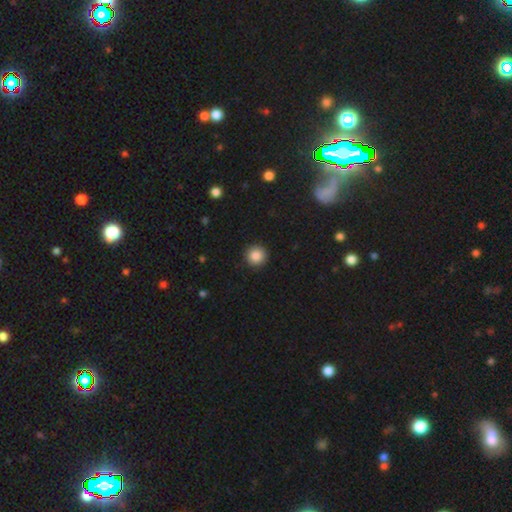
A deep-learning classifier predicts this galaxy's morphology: Q: Smooth or featured?
A: smooth (86%); runner-up: star or artifact (9%)
Q: How rounded?
A: round (95%); runner-up: in between (4%)
Q: Merging?
A: none (92%); runner-up: minor disturbance (5%)